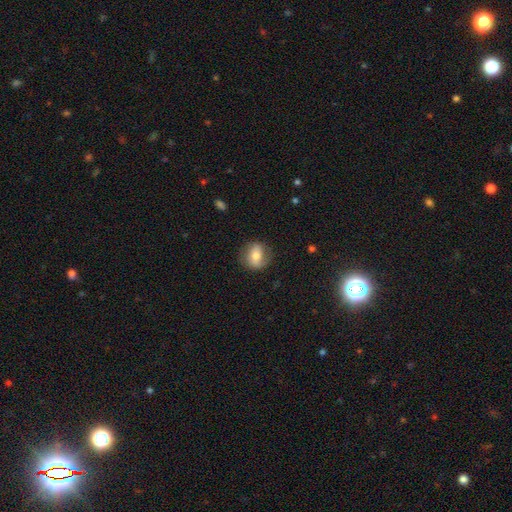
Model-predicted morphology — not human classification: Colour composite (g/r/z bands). It shows a smooth galaxy with no disk features (64%) that is round (56%). Merging: none (76%).